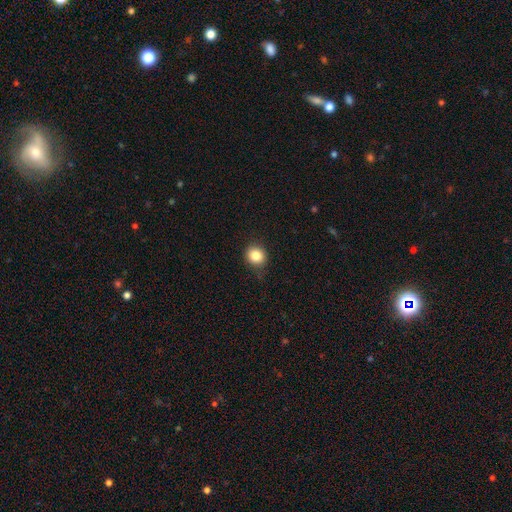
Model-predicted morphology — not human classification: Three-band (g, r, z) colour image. It shows a smooth galaxy with no disk features (84%) that is round (86%). Merging: none (85%).